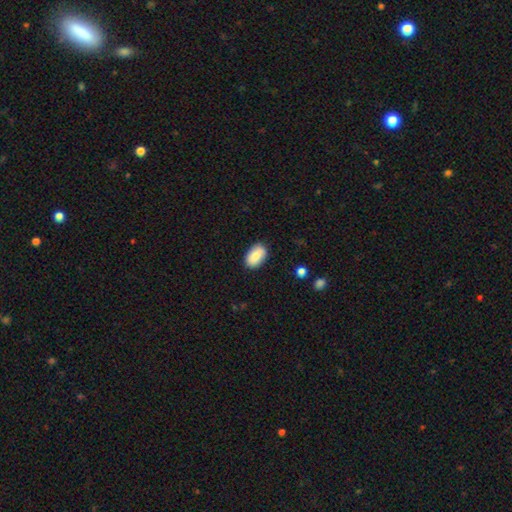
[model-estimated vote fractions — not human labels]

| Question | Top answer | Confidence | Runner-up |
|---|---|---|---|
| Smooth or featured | smooth | 81% | featured or disk (12%) |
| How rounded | in between | 90% | round (8%) |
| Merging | none | 86% | minor disturbance (11%) |